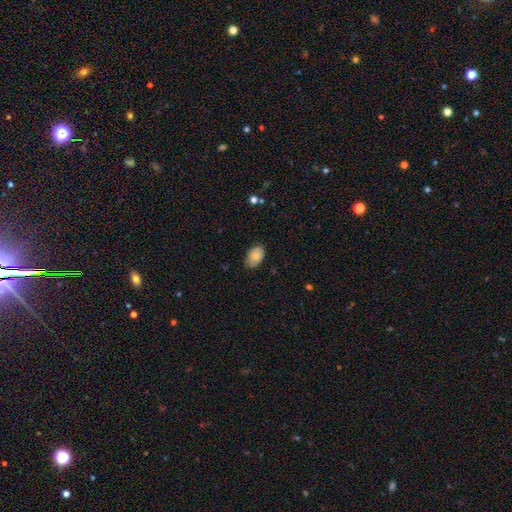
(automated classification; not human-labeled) Morphology: type=smooth (75%); roundness=in between (87%); merging=none (76%).